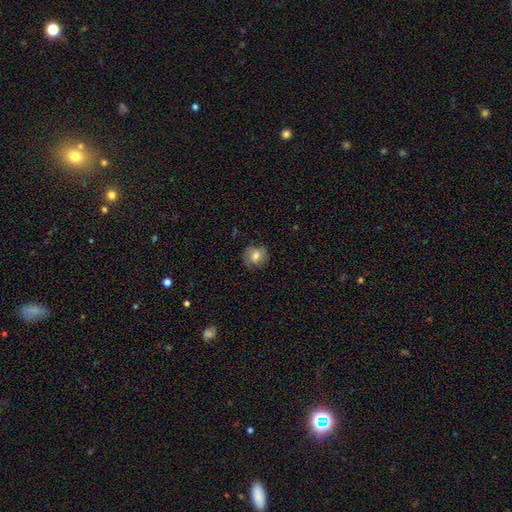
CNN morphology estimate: Smooth or featured? Predicted: smooth (p=0.70). How rounded? Predicted: round (p=0.82). Merging? Predicted: none (p=0.78).